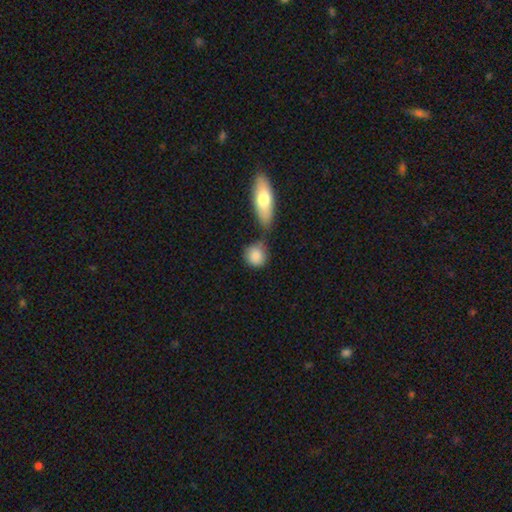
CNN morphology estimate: smooth-or-featured: smooth: 86% | featured or disk: 7% | star or artifact: 7%
  how-rounded: round: 81% | in between: 16% | cigar-shaped: 3%
  merging: none: 59% | merger: 21% | minor disturbance: 14% | major disturbance: 5%